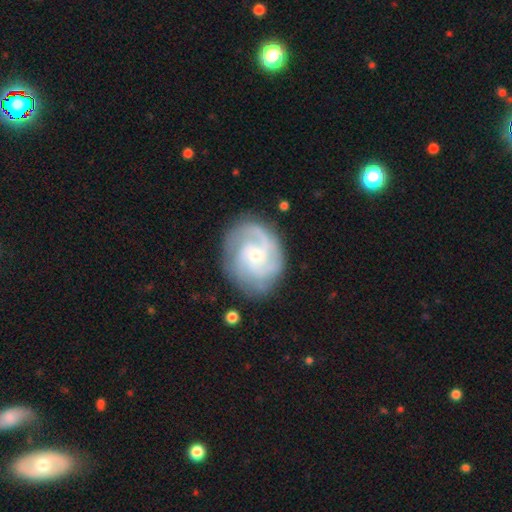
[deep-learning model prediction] Smooth or featured? featured or disk (86%)
Edge-on disk? no (98%)
Bar? no (66%)
Spiral arms? yes (97%)
Spiral winding? tight (49%)
Spiral arm count? 3 (38%)
Bulge size? small (63%)
Merging? none (77%)